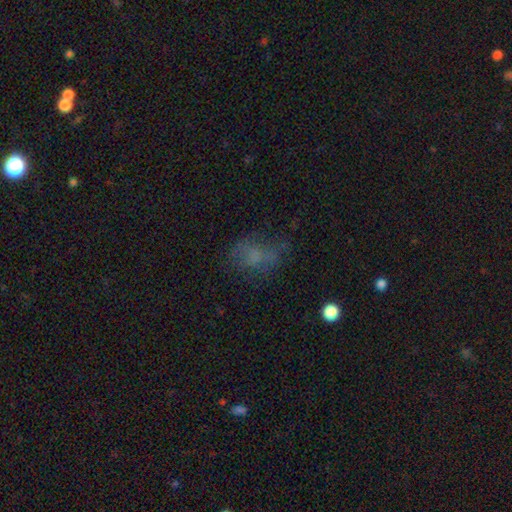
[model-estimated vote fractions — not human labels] Smooth or featured: smooth — 51% (featured or disk — 27%)
How rounded: in between — 72% (round — 25%)
Merging: none — 50% (major disturbance — 24%)